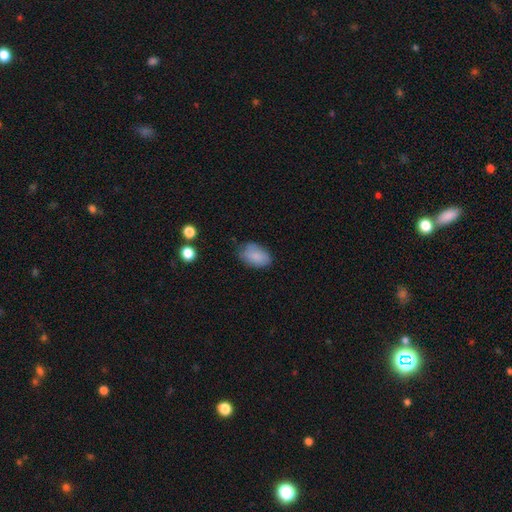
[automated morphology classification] The model was most divided on "merging": none: 65%, minor disturbance: 26%, major disturbance: 6%, merger: 2%. More confident: how rounded — in between (89%); smooth or featured — smooth (84%).